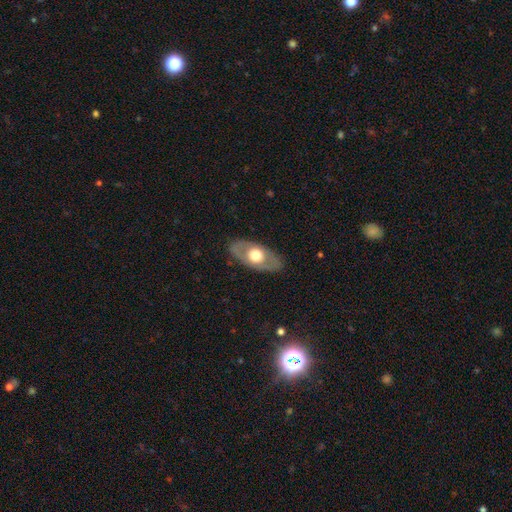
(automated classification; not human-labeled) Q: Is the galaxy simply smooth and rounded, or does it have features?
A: featured or disk — 50%.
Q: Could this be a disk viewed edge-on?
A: no — 78%.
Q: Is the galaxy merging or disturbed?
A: none — 84%.